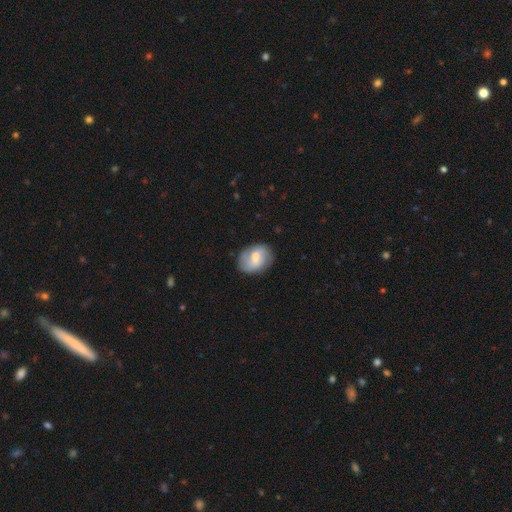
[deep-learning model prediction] Overall: featured or disk (50%; smooth 43%). Edge-on disk: no (96%). Merging: none (78%).